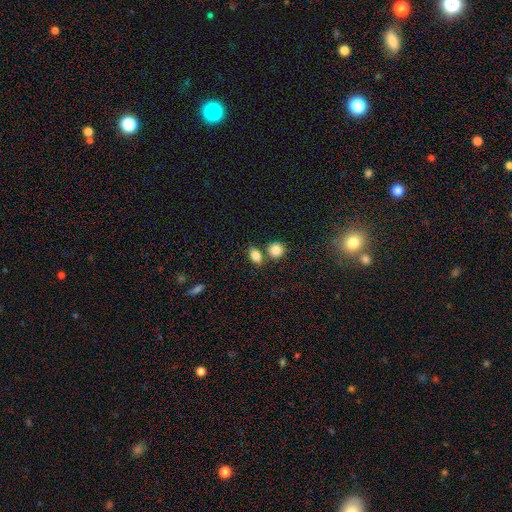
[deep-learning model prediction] Morphology: type=smooth (85%); roundness=in between (73%); merging=none (62%).